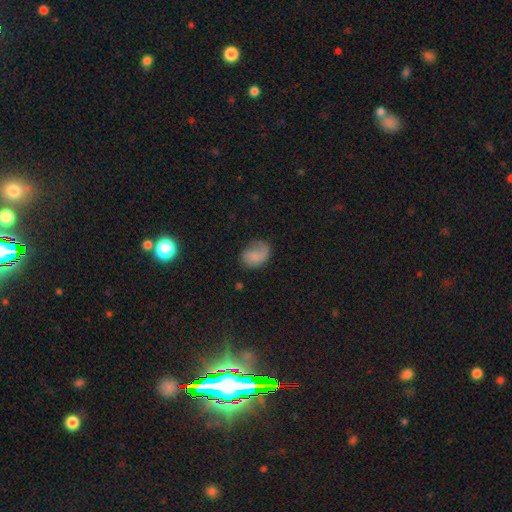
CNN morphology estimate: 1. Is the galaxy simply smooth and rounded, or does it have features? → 59% smooth, 32% featured or disk, 9% star or artifact.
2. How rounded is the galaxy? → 59% in between, 40% round, 1% cigar-shaped.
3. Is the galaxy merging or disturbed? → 49% none, 27% minor disturbance, 22% major disturbance, 3% merger.